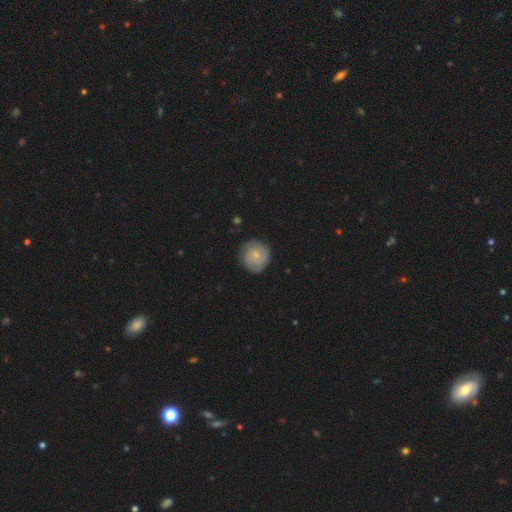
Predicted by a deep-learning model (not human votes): This appears to be a smooth galaxy with no disk features (52%) that is round (90%). Merging: none (81%).